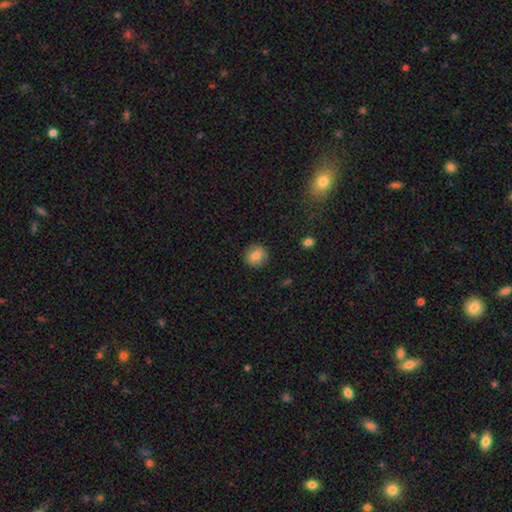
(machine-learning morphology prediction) A smooth galaxy with no disk features (80%) that is round (90%).

Vote fractions:
- Smooth or featured? smooth: 80% / featured or disk: 11% / star or artifact: 9%
- How rounded? round: 90% / in between: 9% / cigar-shaped: 1%
- Merging? none: 90% / minor disturbance: 7% / major disturbance: 2% / merger: 1%